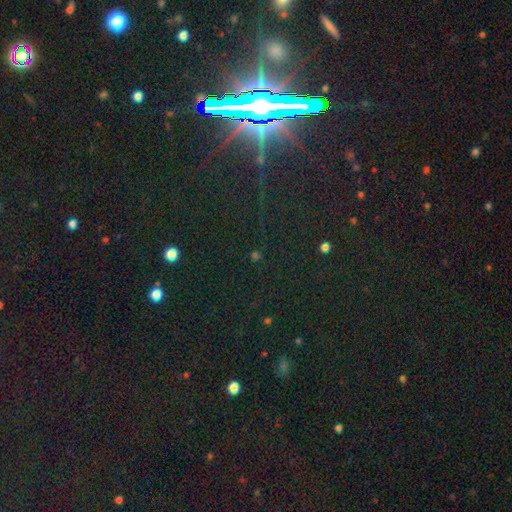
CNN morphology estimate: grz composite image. It shows a star or artifact, not a galaxy (74%).